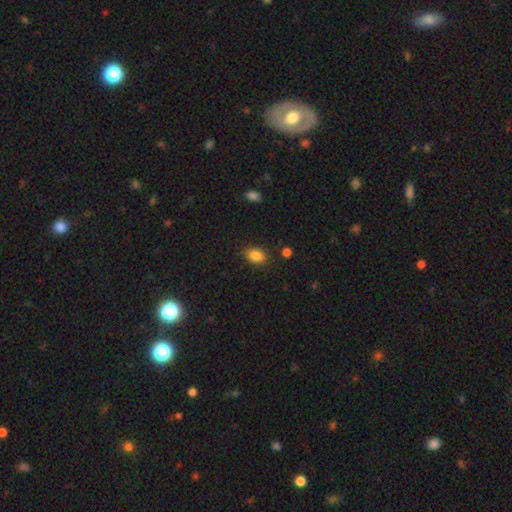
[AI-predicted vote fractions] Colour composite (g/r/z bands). It shows a smooth galaxy with no disk features (84%) that is in between round and cigar-shaped (82%). Merging: none (83%).